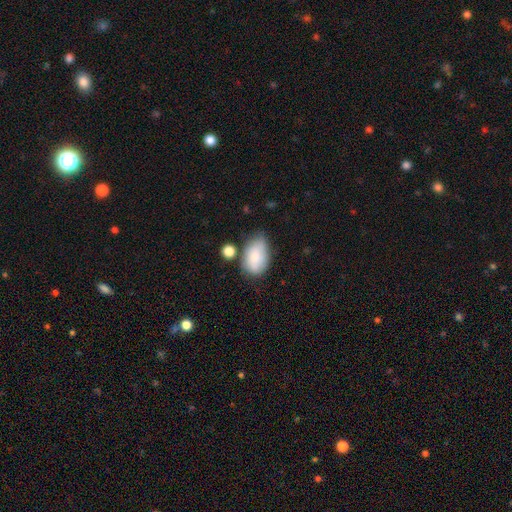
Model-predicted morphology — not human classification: smooth 75%, featured or disk 17%, star or artifact 7%. Down the decision tree: how rounded — in between (89%); merging — none (53%).